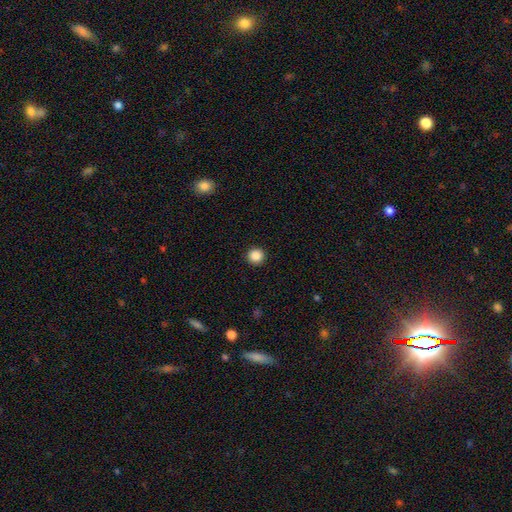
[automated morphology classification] smooth 88%, star or artifact 10%, featured or disk 2%. Down the decision tree: how rounded — round (95%); merging — none (93%).